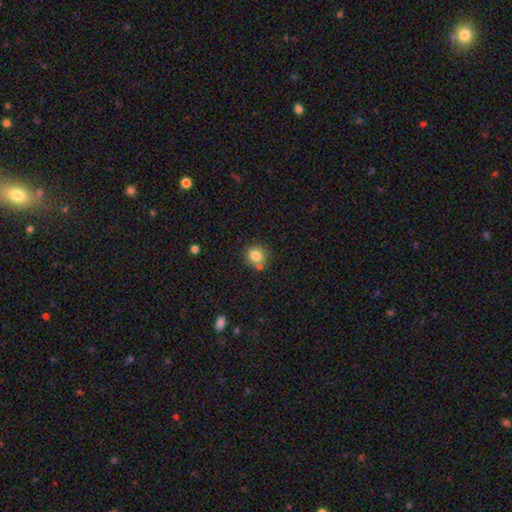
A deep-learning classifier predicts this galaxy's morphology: smooth 82%, star or artifact 11%, featured or disk 7%. Down the decision tree: how rounded — round (86%); merging — none (74%).